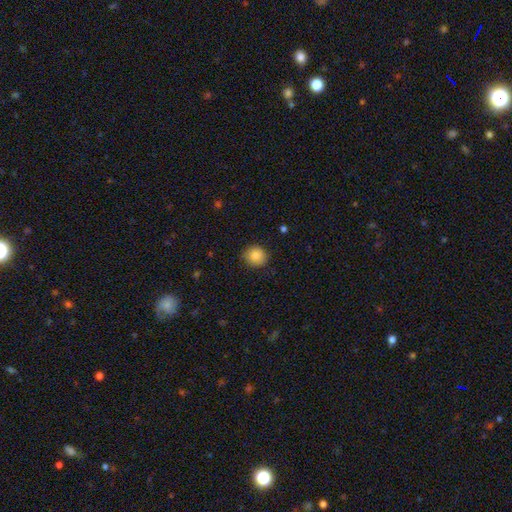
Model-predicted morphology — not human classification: Smooth or featured? Predicted: smooth (p=0.86). How rounded? Predicted: round (p=0.85). Merging? Predicted: none (p=0.86).